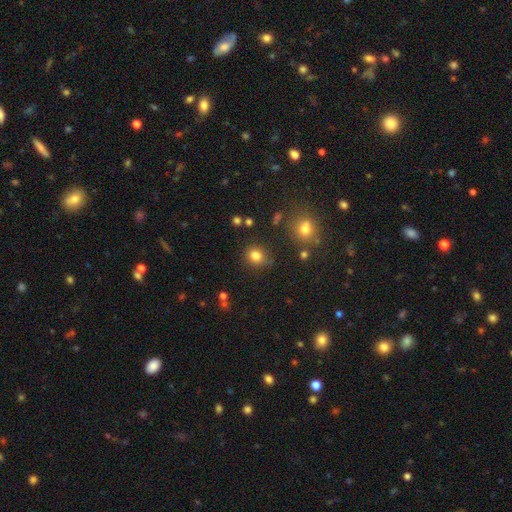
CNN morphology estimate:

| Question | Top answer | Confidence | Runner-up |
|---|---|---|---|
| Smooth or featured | smooth | 81% | star or artifact (13%) |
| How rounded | round | 75% | in between (24%) |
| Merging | none | 80% | minor disturbance (13%) |